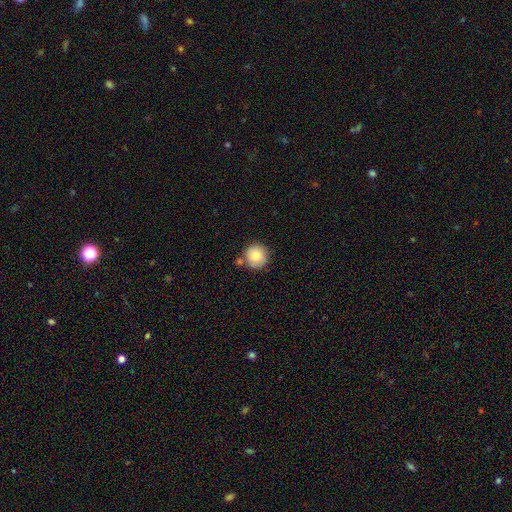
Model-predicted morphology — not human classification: A smooth galaxy with no disk features (83%) that is round (95%). Merging: none (74%).